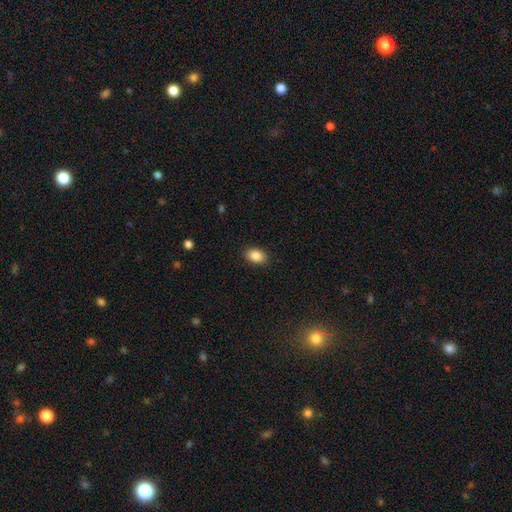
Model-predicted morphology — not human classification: A smooth galaxy with no disk features (87%) that is in between round and cigar-shaped (85%). Merging: none (89%).